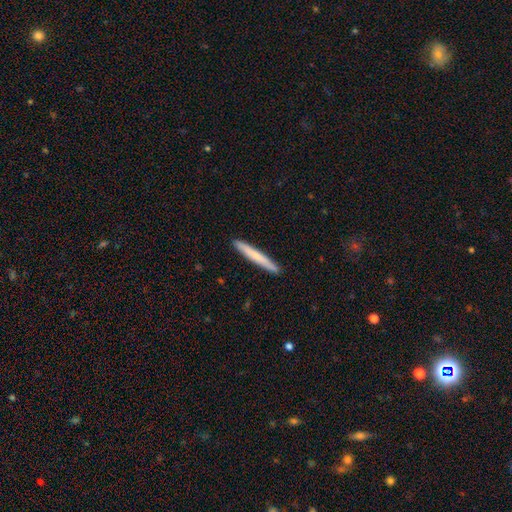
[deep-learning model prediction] A smooth galaxy with no disk features (66%) that is cigar-shaped (96%). Merging: none (92%).